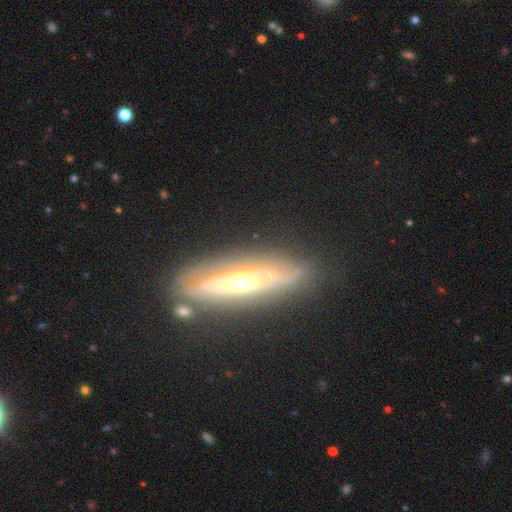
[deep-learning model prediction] Smooth or featured? featured or disk (76%)
Edge-on disk? yes (84%)
Edge-on bulge? rounded (79%)
Merging? none (81%)